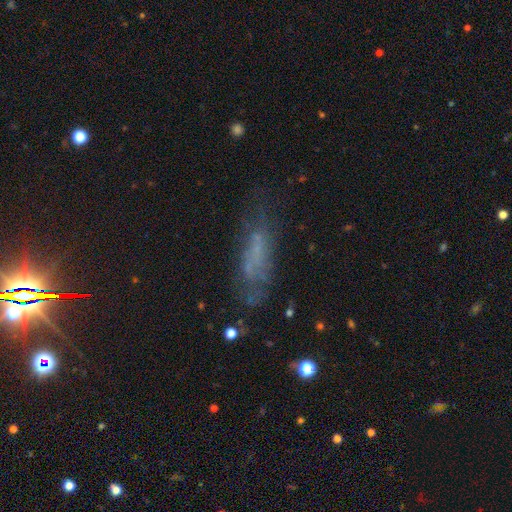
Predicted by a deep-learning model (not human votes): Morphology: type=smooth (43%); merging=none (54%).